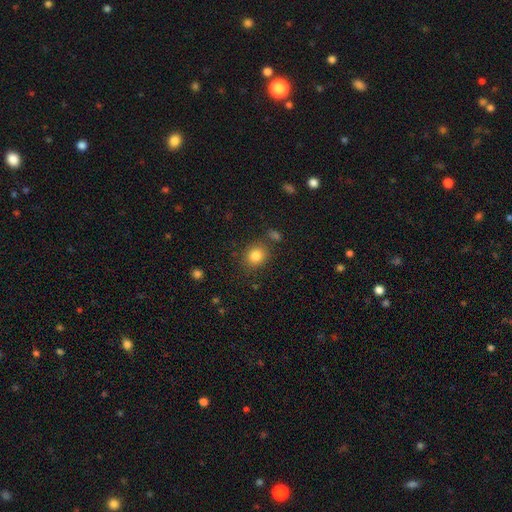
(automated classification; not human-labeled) This appears to be a smooth galaxy with no disk features (83%) that is round (73%). Merging: none (81%).